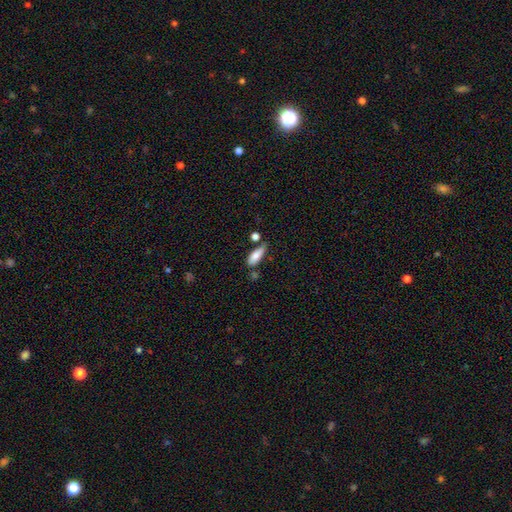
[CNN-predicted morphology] Overall: smooth (82%). How rounded: in between (68%; cigar-shaped 30%). Merging: none (61%).